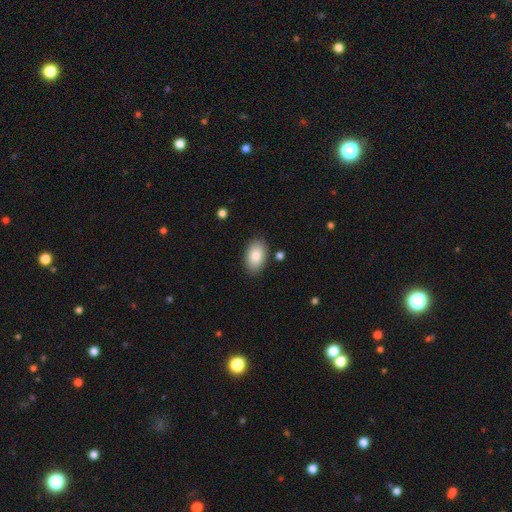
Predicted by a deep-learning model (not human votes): Smooth or featured: smooth — 86% (featured or disk — 7%)
How rounded: in between — 93% (round — 6%)
Merging: none — 86% (minor disturbance — 10%)